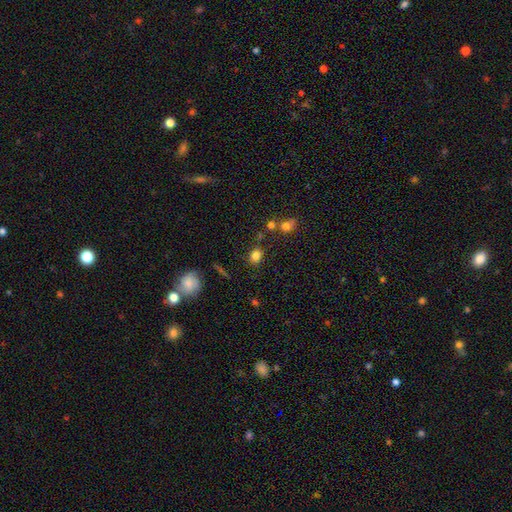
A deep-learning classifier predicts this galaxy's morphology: Overall: smooth (81%). How rounded: round (57%; in between 42%). Merging: none (77%).